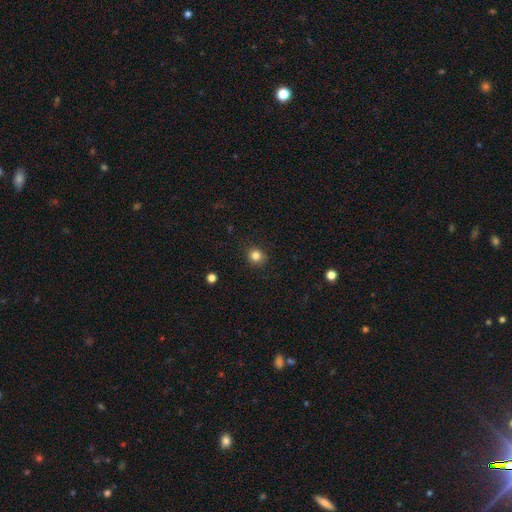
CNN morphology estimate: Smooth or featured? Predicted: smooth (p=0.83). How rounded? Predicted: round (p=0.88). Merging? Predicted: none (p=0.90).